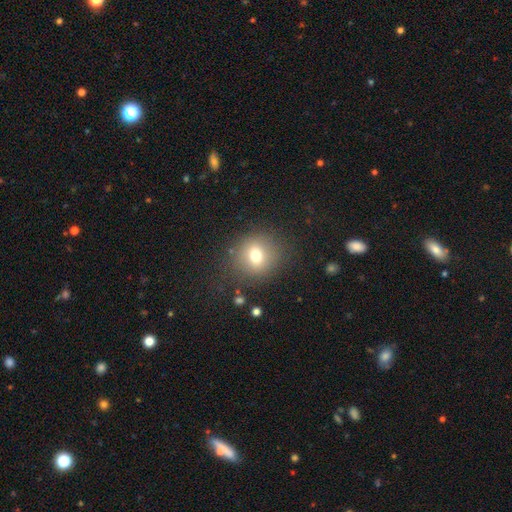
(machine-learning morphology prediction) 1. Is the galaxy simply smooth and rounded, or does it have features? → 71% smooth, 15% star or artifact, 15% featured or disk.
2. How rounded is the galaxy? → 87% round, 12% in between, 1% cigar-shaped.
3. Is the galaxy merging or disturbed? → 83% none, 10% minor disturbance, 5% major disturbance, 2% merger.